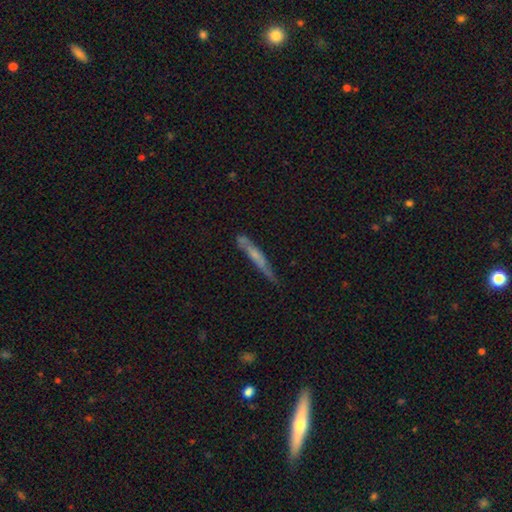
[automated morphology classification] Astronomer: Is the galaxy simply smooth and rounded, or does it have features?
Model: smooth — 47% (runner-up: featured or disk, 46%).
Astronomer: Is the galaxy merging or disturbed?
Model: none — 63%.